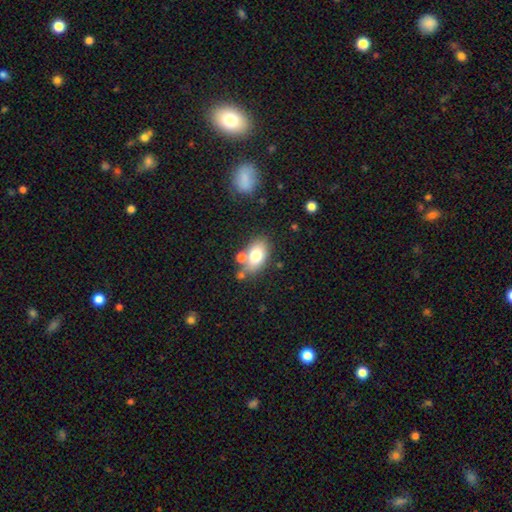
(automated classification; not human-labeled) This is likely a smooth galaxy (74%). How rounded: clearly in between (86%). Merging: likely none (65%).